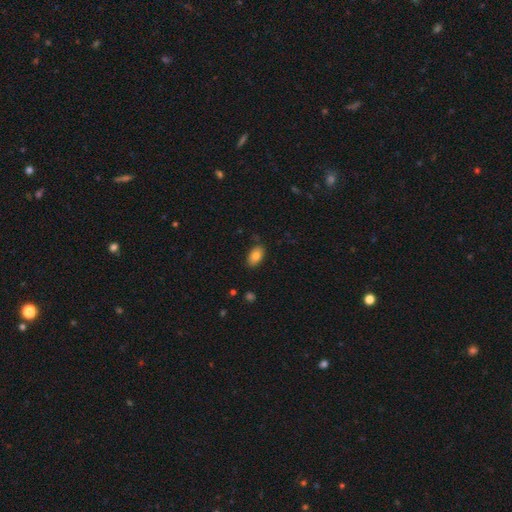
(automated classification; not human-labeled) Smooth or featured? smooth (83%)
How rounded? in between (91%)
Merging? none (81%)